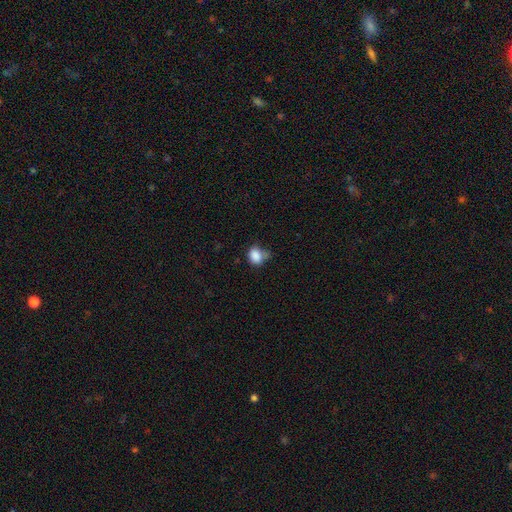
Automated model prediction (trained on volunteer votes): Smooth or featured? smooth (84%)
How rounded? in between (60%)
Merging? none (44%)